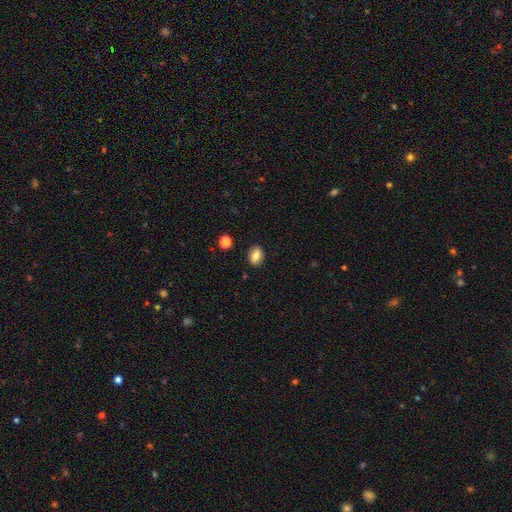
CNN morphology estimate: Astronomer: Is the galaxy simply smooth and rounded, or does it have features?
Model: smooth — 75%.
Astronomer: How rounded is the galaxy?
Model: in between — 78%.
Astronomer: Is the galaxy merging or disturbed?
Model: none — 87%.